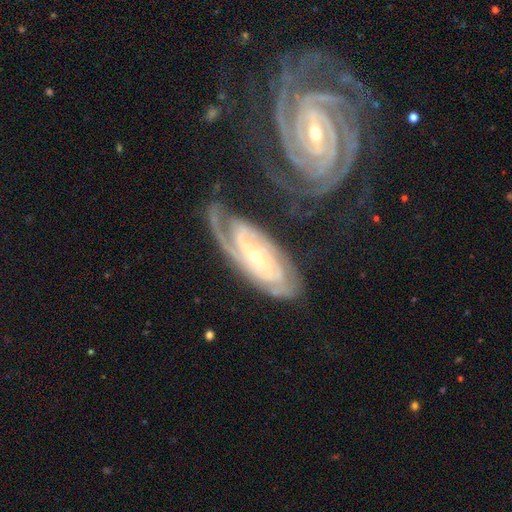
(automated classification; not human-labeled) The model was most divided on "spiral arm count": can't tell: 31%, 2: 30%, 3: 19%, 1: 8%, 4: 7%, more than 4: 5%. More confident: spiral arms — yes (96%); edge-on disk — no (92%); smooth or featured — featured or disk (86%); spiral winding — tight (73%); bar — no (64%); bulge size — small (64%); merging — none (56%).